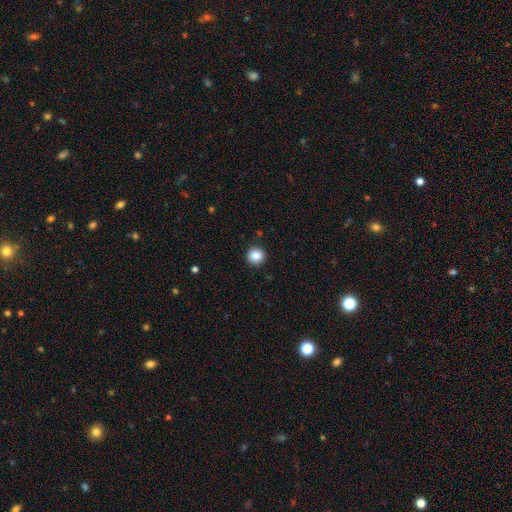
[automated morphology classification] This appears to be a smooth galaxy with no disk features (87%) that is round (92%). Merging: none (91%).